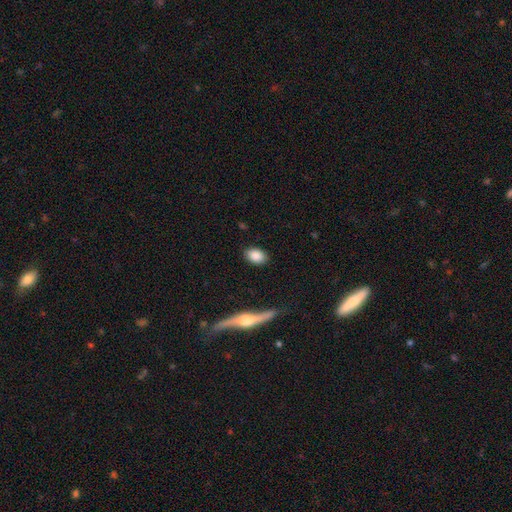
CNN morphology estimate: type=smooth (86%); roundness=in between (81%); merging=none (86%).